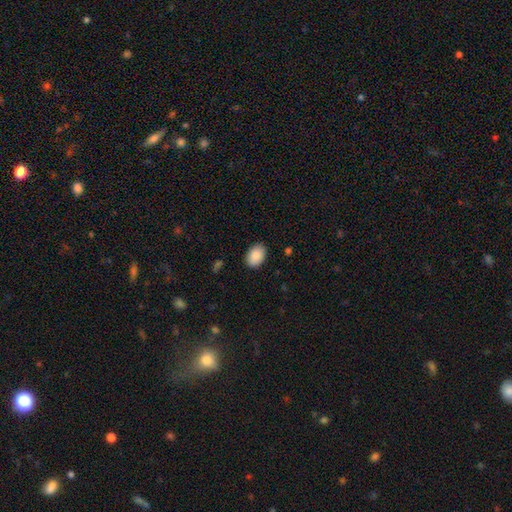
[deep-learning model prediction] A smooth galaxy with no disk features (90%) that is in between round and cigar-shaped (84%). Merging: none (88%).